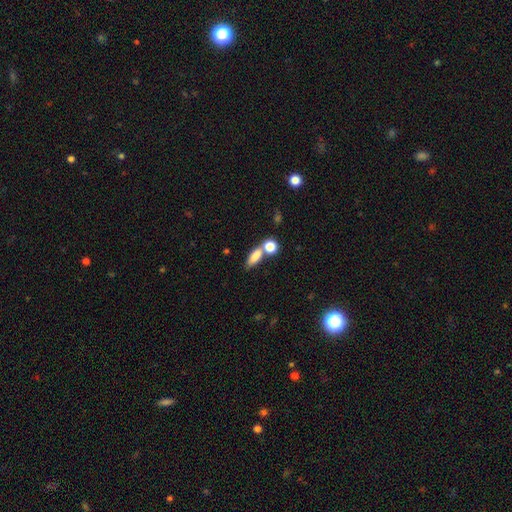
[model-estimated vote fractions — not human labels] smooth-or-featured: smooth: 80% | featured or disk: 11% | star or artifact: 10%
  how-rounded: in between: 66% | cigar-shaped: 21% | round: 13%
  merging: none: 45% | merger: 37% | minor disturbance: 12% | major disturbance: 6%